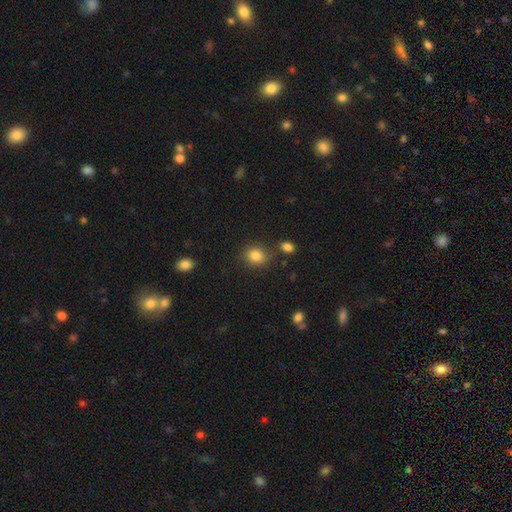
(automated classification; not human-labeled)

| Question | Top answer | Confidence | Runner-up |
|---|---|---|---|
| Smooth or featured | smooth | 84% | star or artifact (10%) |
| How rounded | round | 70% | in between (29%) |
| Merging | none | 78% | minor disturbance (12%) |